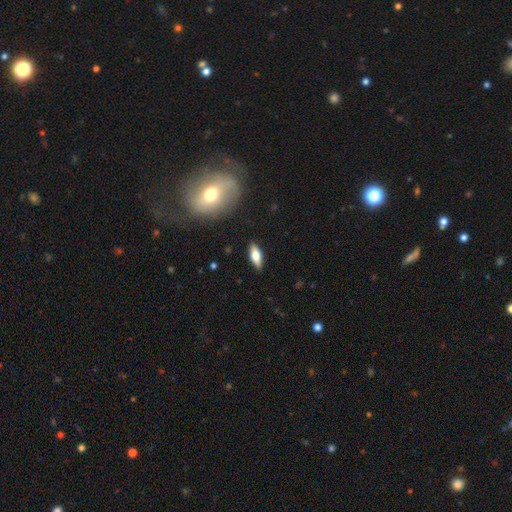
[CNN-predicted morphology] A smooth galaxy with no disk features (59%) that is in between round and cigar-shaped (68%).

Vote fractions:
- Smooth or featured? smooth: 59% / featured or disk: 34% / star or artifact: 7%
- How rounded? in between: 68% / cigar-shaped: 29% / round: 3%
- Merging? none: 88% / minor disturbance: 9% / major disturbance: 2% / merger: 1%